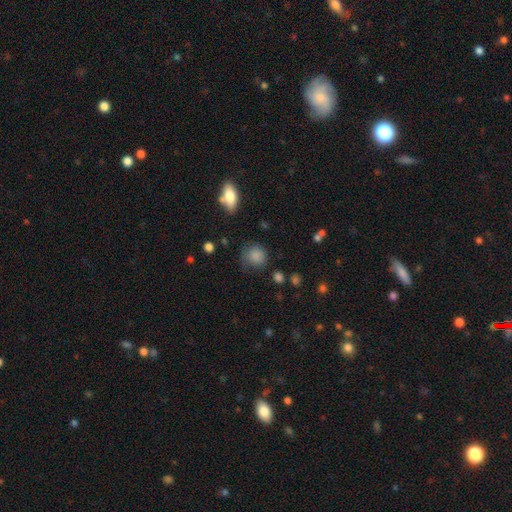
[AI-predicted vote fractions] smooth_or_featured: smooth (p=0.84) [alt: star or artifact p=0.10]
how_rounded: round (p=0.82) [alt: in between p=0.17]
merging: none (p=0.64) [alt: minor disturbance p=0.24]